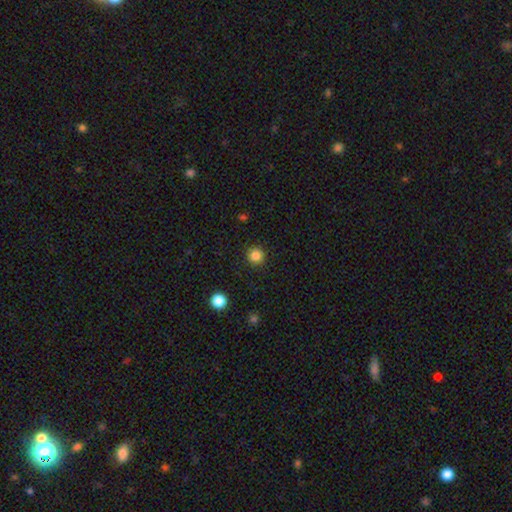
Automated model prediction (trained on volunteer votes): Smooth or featured: smooth — 84% (star or artifact — 12%)
How rounded: round — 95% (in between — 4%)
Merging: none — 91% (minor disturbance — 5%)